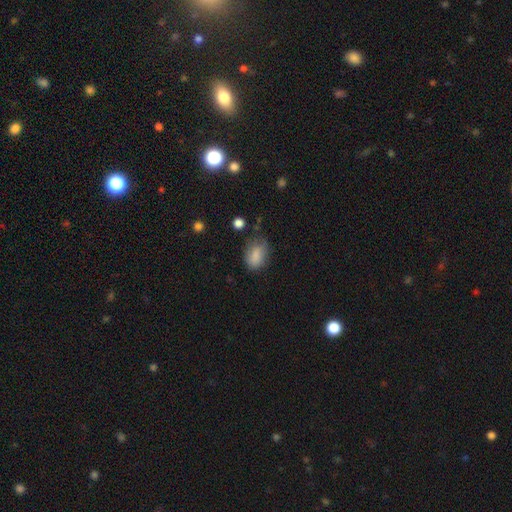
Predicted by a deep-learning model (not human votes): Smooth or featured? Predicted: smooth (p=0.84). How rounded? Predicted: in between (p=0.82). Merging? Predicted: none (p=0.60).